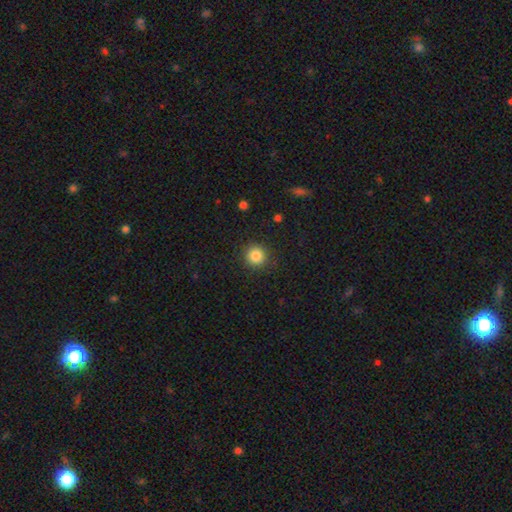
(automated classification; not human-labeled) This is clearly a smooth galaxy (85%). How rounded: clearly round (93%). Merging: clearly none (90%).